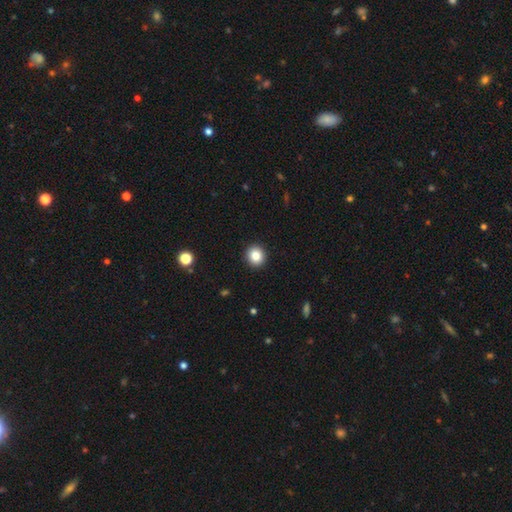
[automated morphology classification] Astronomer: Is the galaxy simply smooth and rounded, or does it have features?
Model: smooth — 84%.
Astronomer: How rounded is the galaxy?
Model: round — 87%.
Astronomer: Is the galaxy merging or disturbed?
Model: none — 93%.